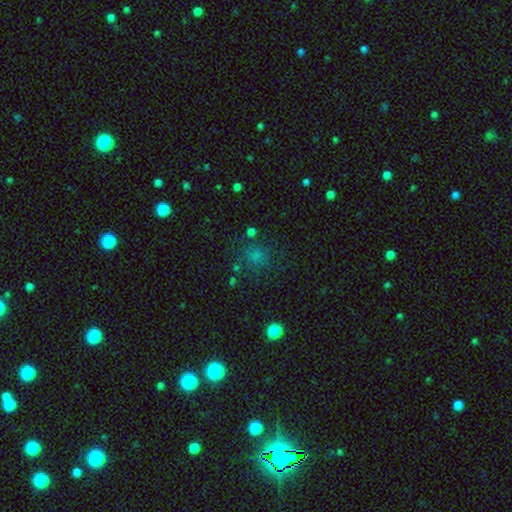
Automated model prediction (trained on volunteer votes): A smooth galaxy with no disk features (71%) that is round (83%).

Vote fractions:
- Smooth or featured? smooth: 71% / star or artifact: 21% / featured or disk: 8%
- How rounded? round: 83% / in between: 16% / cigar-shaped: 1%
- Merging? none: 73% / minor disturbance: 15% / major disturbance: 7% / merger: 5%